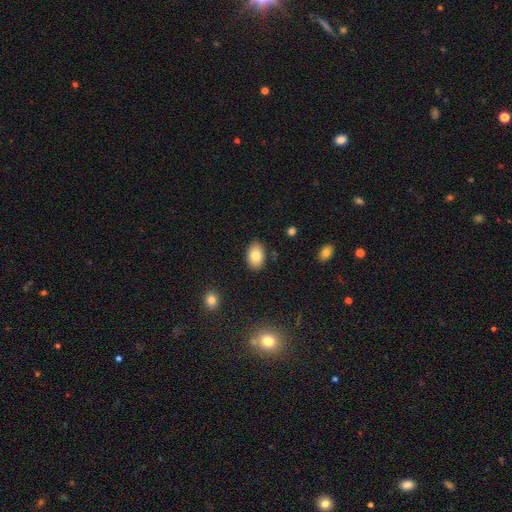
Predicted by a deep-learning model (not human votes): A smooth galaxy with no disk features (81%) that is in between round and cigar-shaped (88%). Merging: none (86%).